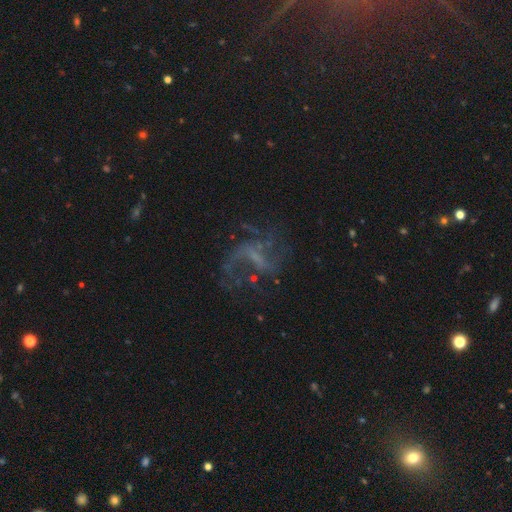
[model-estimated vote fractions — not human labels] Smooth or featured: featured or disk — 72% (star or artifact — 18%)
Edge-on disk: no — 97% (yes — 3%)
Bar: weak — 43% (no — 38%)
Spiral arms: yes — 77% (no — 23%)
Spiral winding: loose — 67% (medium — 25%)
Spiral arm count: 2 — 28% (tied with can't tell — 28%)
Bulge size: none — 54% (small — 31%)
Merging: none — 49% (major disturbance — 33%)